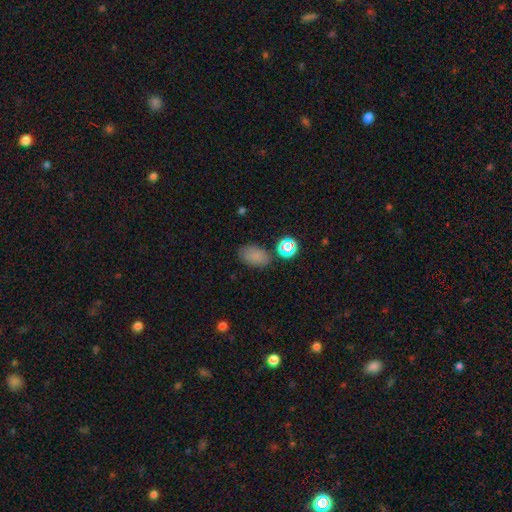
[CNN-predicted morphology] smooth-or-featured: smooth: 78% | star or artifact: 15% | featured or disk: 7%
  how-rounded: in between: 86% | round: 13% | cigar-shaped: 1%
  merging: none: 76% | minor disturbance: 14% | merger: 5% | major disturbance: 4%